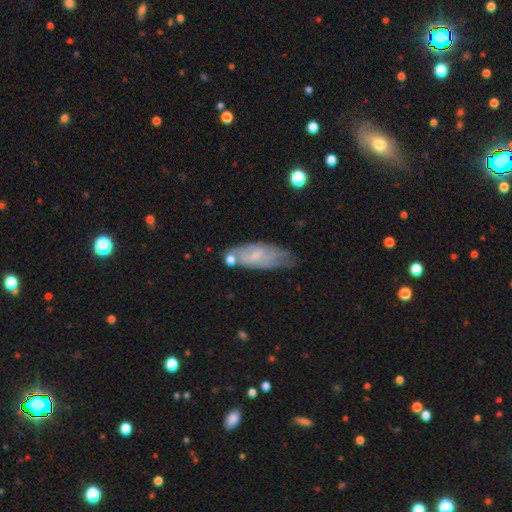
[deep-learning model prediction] Q: Smooth or featured?
A: smooth (48%); runner-up: featured or disk (44%)
Q: Merging?
A: none (47%); runner-up: minor disturbance (32%)